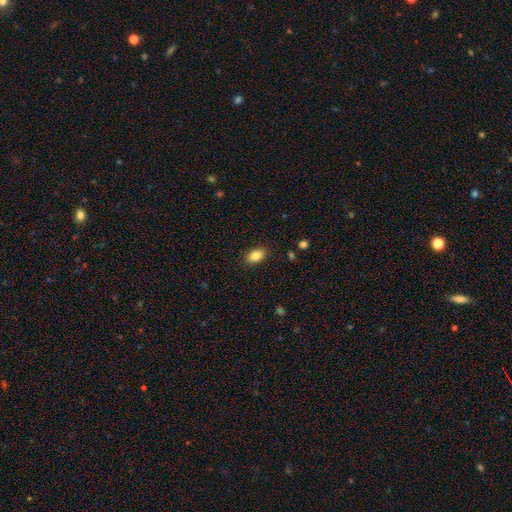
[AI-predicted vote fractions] Smooth or featured? Predicted: smooth (p=0.86). How rounded? Predicted: in between (p=0.87). Merging? Predicted: none (p=0.88).